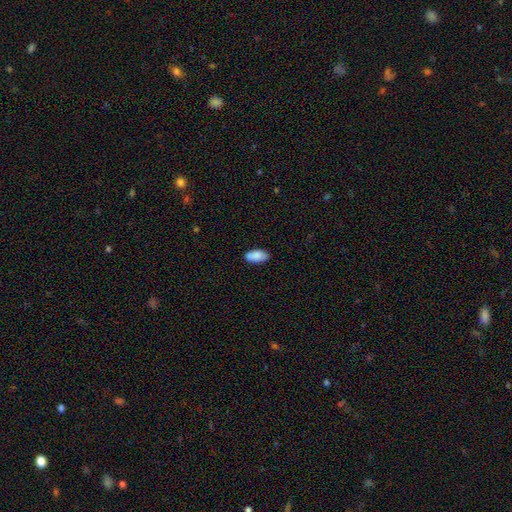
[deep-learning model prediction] Overall: smooth (86%). How rounded: in between (93%). Merging: none (84%).